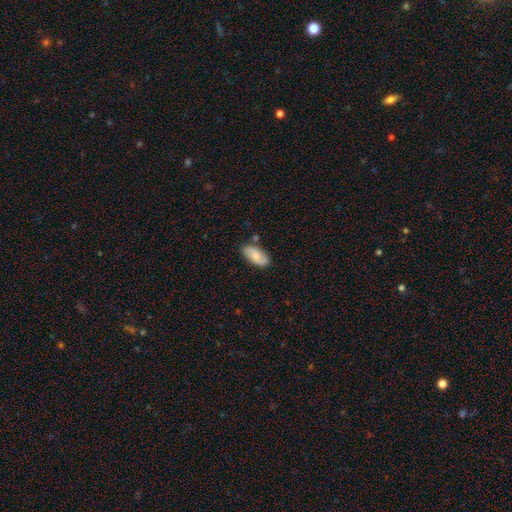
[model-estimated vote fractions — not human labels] Smooth or featured? Predicted: smooth (p=0.60). How rounded? Predicted: in between (p=0.92). Merging? Predicted: none (p=0.73).